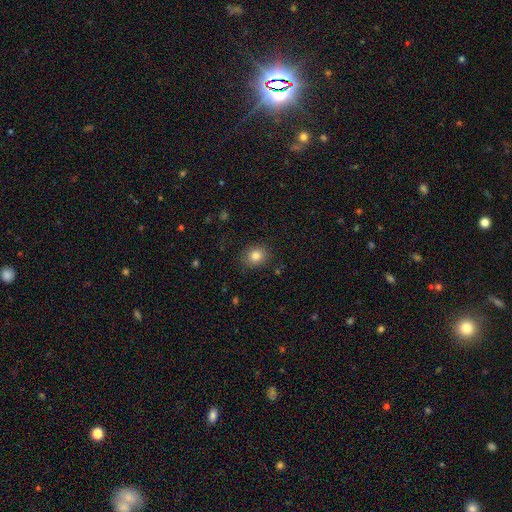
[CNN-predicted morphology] The model was most divided on "how rounded": round: 62%, in between: 38%, cigar-shaped: 1%. More confident: merging — none (86%); smooth or featured — smooth (83%).